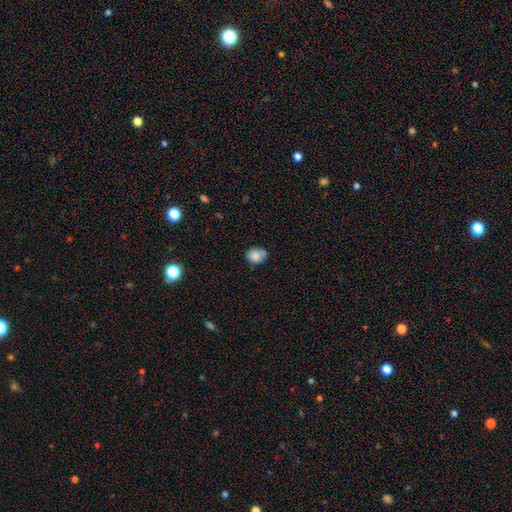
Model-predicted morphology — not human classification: Overall: smooth (81%). How rounded: round (56%; in between 43%). Merging: none (56%; minor disturbance 26%).